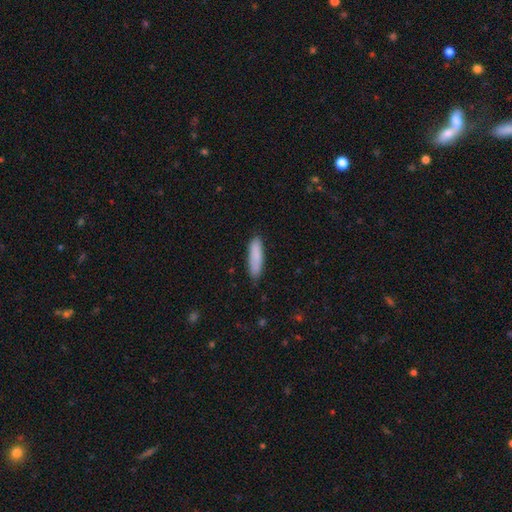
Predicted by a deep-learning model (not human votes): The model was most divided on "how rounded": cigar-shaped: 68%, in between: 30%, round: 1%. More confident: smooth or featured — smooth (86%); merging — none (84%).